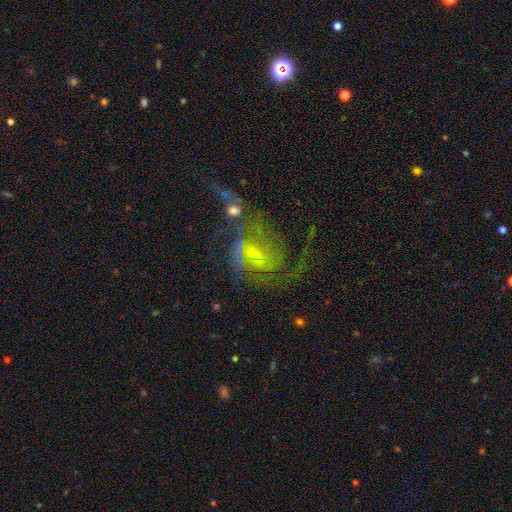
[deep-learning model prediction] This appears to be a featured or disk galaxy (81%) with a weak bar (48%), 2 (39%) medium (45%) spiral arms (89%) and a small central bulge (66%). Merging: none (35%).